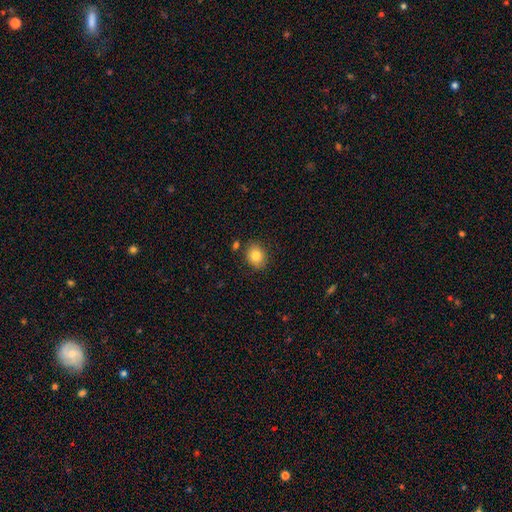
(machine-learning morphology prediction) type=smooth (83%); roundness=round (57%); merging=none (83%).